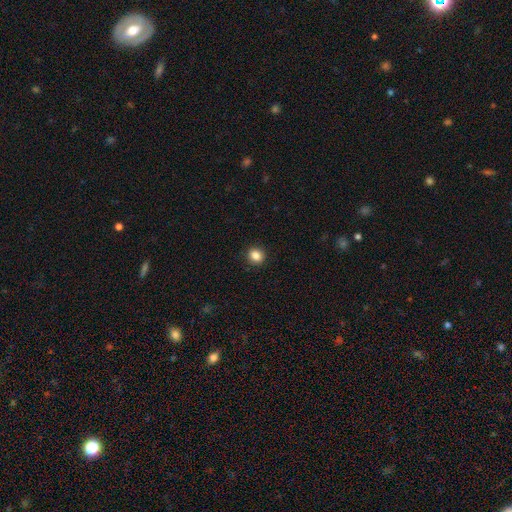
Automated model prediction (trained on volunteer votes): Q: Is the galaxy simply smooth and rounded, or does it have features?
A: smooth — 85%.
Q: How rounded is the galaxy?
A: round — 83%.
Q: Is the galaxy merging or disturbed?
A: none — 92%.